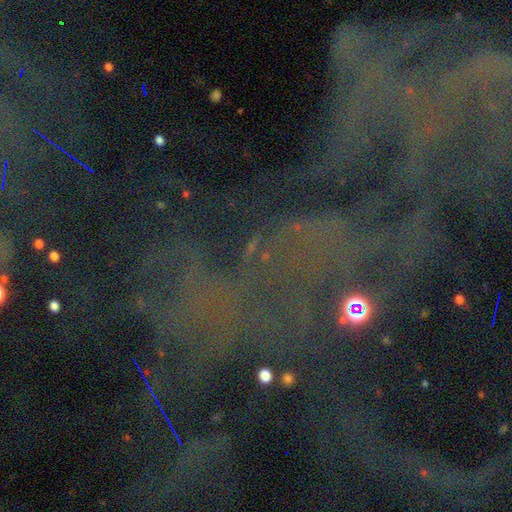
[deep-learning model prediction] This is likely a star or artifact rather than a galaxy (72%).